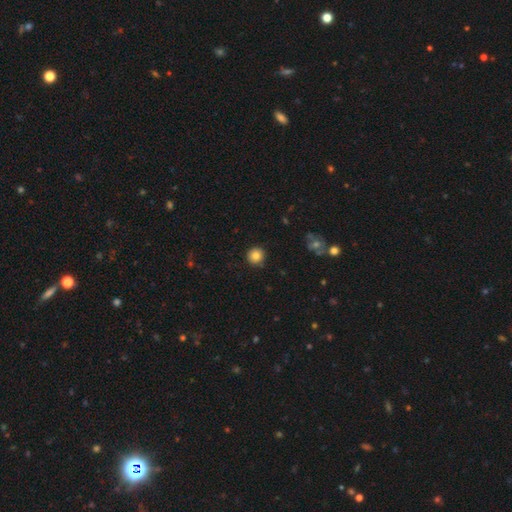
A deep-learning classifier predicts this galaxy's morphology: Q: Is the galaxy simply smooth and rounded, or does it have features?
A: smooth — 83%.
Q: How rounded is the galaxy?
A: round — 94%.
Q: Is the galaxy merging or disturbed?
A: none — 91%.